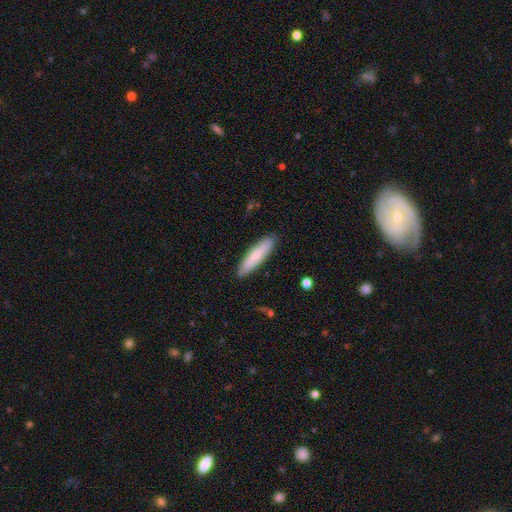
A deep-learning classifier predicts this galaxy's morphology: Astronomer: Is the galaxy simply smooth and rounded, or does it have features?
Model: smooth — 77%.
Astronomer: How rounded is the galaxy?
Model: cigar-shaped — 80%.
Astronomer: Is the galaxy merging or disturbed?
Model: none — 89%.